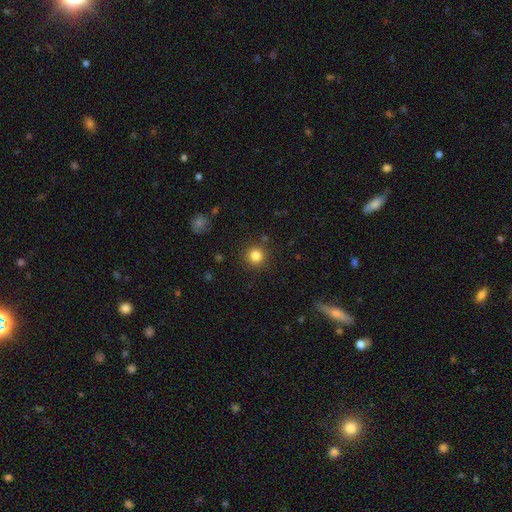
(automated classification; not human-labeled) This appears to be a smooth galaxy with no disk features (83%) that is round (94%). Merging: none (88%).